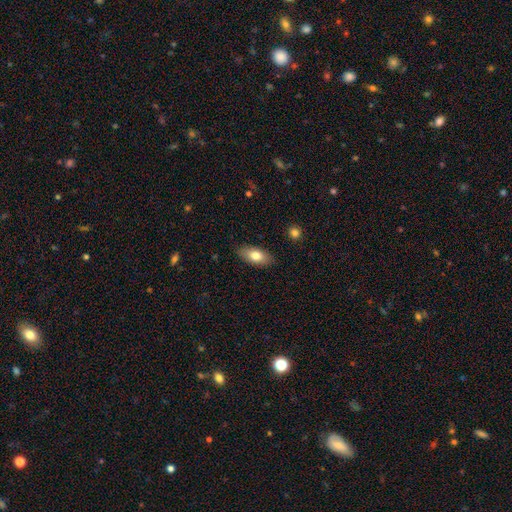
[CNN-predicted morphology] This is likely a smooth galaxy (78%). How rounded: clearly in between (87%). Merging: clearly none (87%).